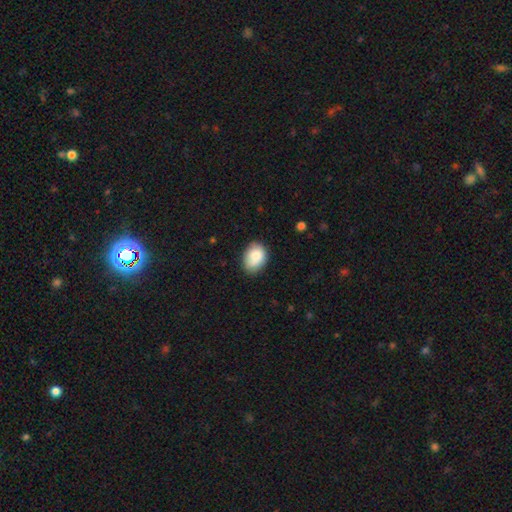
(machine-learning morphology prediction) This is clearly a smooth galaxy (82%). How rounded: likely in between (69%). Merging: likely none (72%).